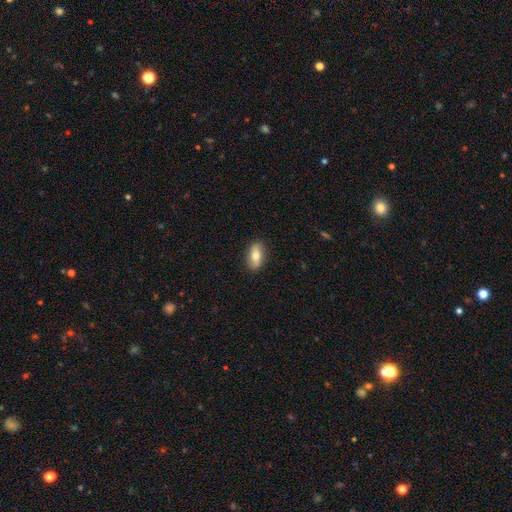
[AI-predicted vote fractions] smooth-or-featured: smooth: 67% | featured or disk: 26% | star or artifact: 7%
  how-rounded: in between: 83% | cigar-shaped: 11% | round: 6%
  merging: none: 87% | minor disturbance: 10% | major disturbance: 2% | merger: 1%